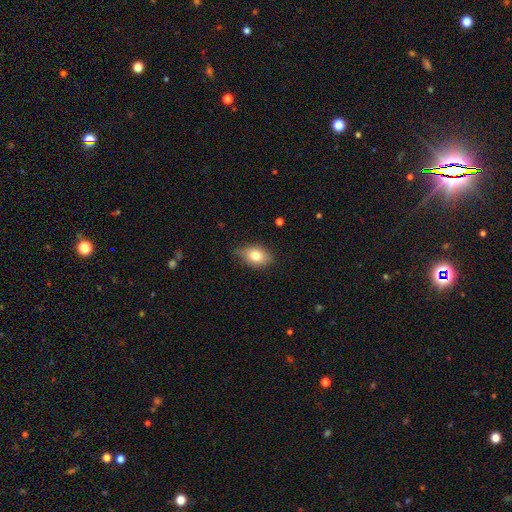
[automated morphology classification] The model was most divided on "merging": none: 71%, minor disturbance: 24%, major disturbance: 4%, merger: 1%. More confident: how rounded — in between (82%); smooth or featured — smooth (78%).